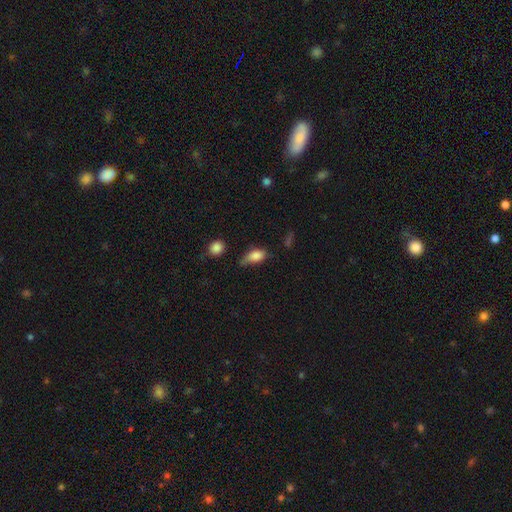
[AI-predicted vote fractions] Q: Smooth or featured?
A: smooth (82%); runner-up: featured or disk (10%)
Q: How rounded?
A: in between (86%); runner-up: round (8%)
Q: Merging?
A: minor disturbance (42%); runner-up: none (38%)